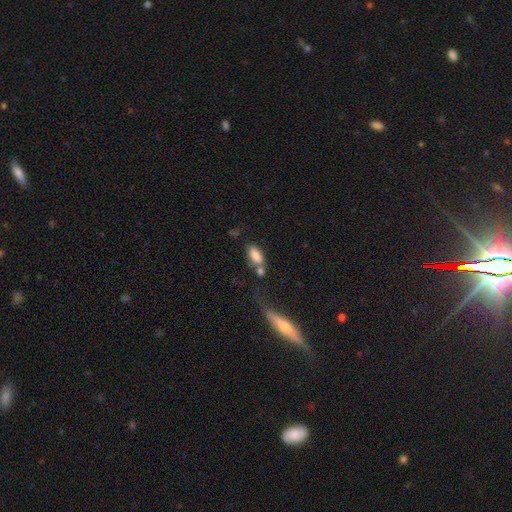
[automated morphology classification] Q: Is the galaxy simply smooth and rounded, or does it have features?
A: smooth — 83%.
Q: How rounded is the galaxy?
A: in between — 87%.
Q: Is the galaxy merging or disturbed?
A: none — 43%.